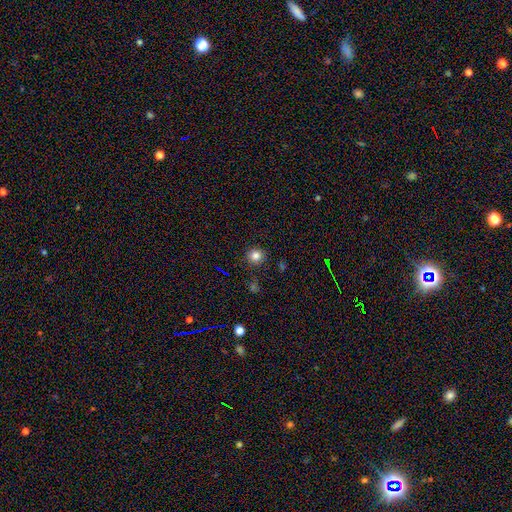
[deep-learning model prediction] Q: Smooth or featured?
A: smooth (81%); runner-up: star or artifact (14%)
Q: How rounded?
A: round (90%); runner-up: in between (9%)
Q: Merging?
A: none (88%); runner-up: minor disturbance (8%)